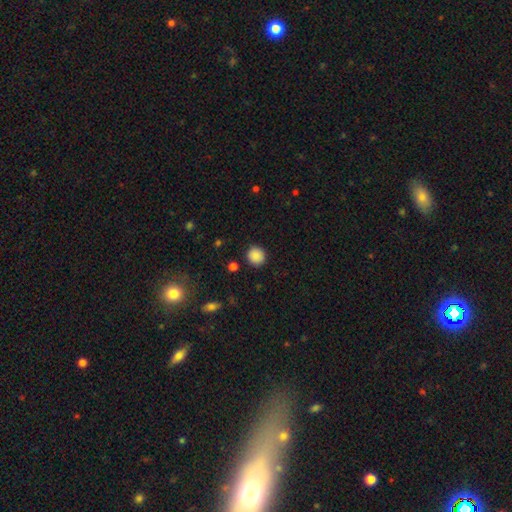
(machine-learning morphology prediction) A smooth galaxy with no disk features (87%) that is round (91%). Merging: none (90%).